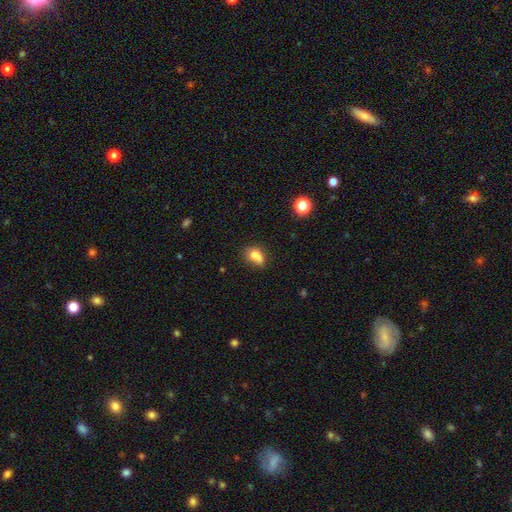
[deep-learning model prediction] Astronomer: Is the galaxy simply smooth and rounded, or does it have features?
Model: smooth — 73%.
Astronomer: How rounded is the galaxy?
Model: in between — 61% (runner-up: round, 37%).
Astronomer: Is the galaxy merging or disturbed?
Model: none — 35% (runner-up: merger, 30%).